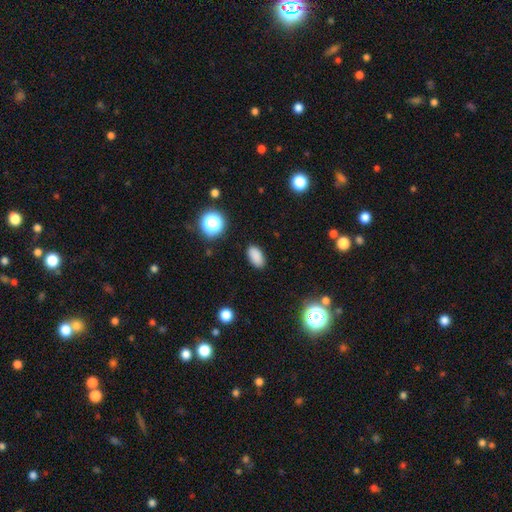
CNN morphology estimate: Smooth or featured?
  - smooth: 85% *
  - star or artifact: 11%
  - featured or disk: 4%
How rounded?
  - in between: 92% *
  - round: 6%
  - cigar-shaped: 3%
Merging?
  - none: 88% *
  - minor disturbance: 9%
  - major disturbance: 2%
  - merger: 1%